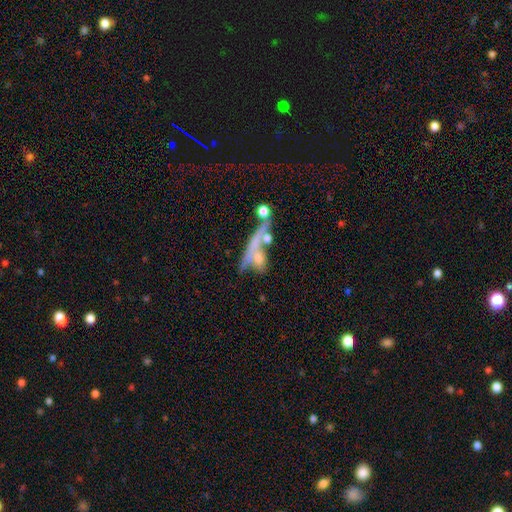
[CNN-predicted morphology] Smooth or featured? Predicted: smooth (p=0.48). Merging? Predicted: merger (p=0.39).